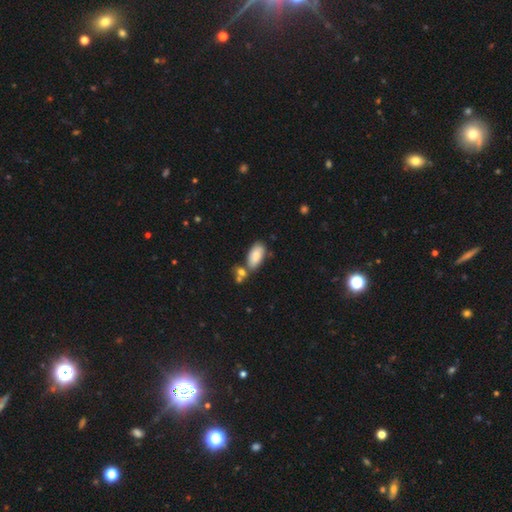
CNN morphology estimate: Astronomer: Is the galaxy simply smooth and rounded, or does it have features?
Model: smooth — 84%.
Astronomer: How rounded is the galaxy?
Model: in between — 91%.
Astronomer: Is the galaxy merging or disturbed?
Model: none — 59%.